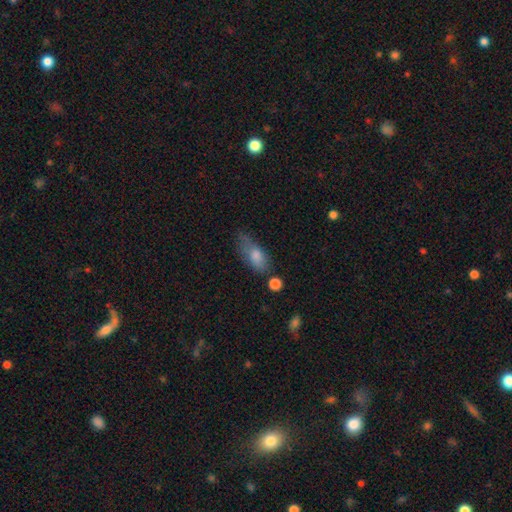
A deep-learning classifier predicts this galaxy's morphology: smooth 73%, featured or disk 17%, star or artifact 9%. Down the decision tree: how rounded — in between (77%); merging — none (43%).